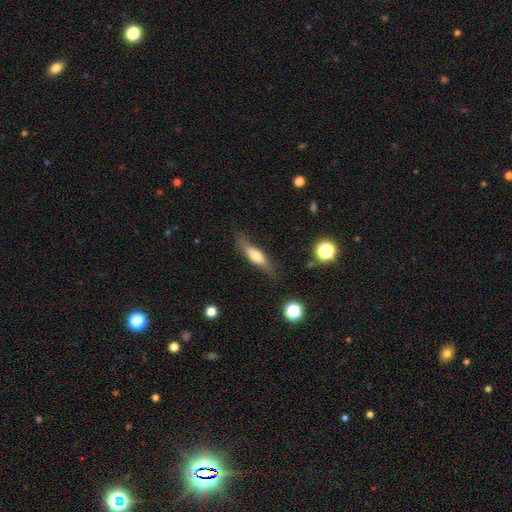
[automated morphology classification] smooth 56%, featured or disk 36%, star or artifact 7%. Down the decision tree: how rounded — cigar-shaped (60%); merging — none (76%).